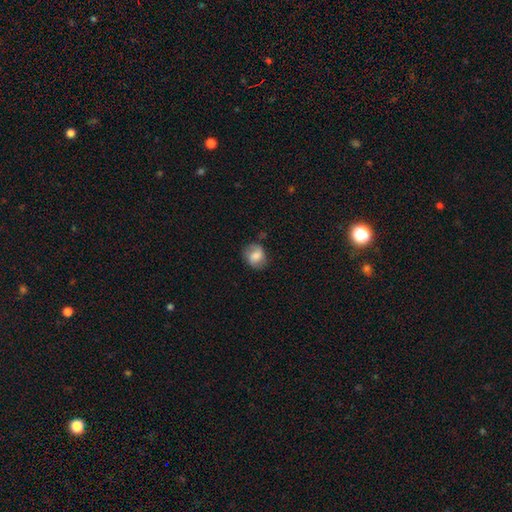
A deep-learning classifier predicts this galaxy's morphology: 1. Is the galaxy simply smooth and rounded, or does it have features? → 67% smooth, 24% featured or disk, 9% star or artifact.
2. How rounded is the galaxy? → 59% round, 40% in between, 1% cigar-shaped.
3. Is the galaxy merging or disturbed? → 66% none, 24% minor disturbance, 8% major disturbance, 2% merger.